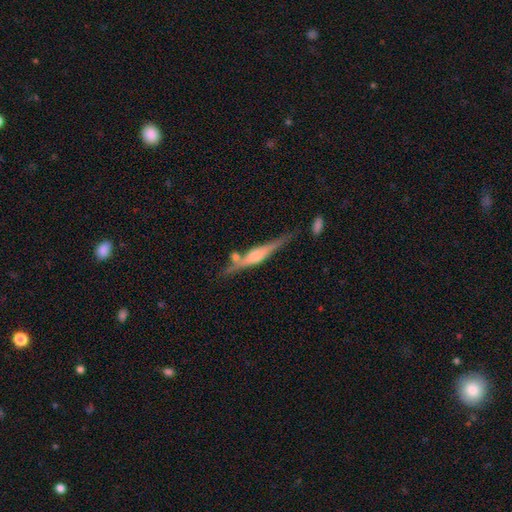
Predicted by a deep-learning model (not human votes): The model was most divided on "edge-on bulge": rounded: 65%, boxy: 27%, none: 8%. More confident: edge-on disk — yes (97%); smooth or featured — featured or disk (72%); merging — none (71%).